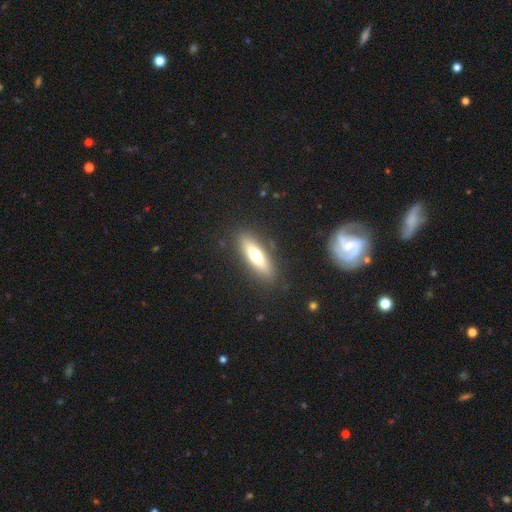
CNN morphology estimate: type=smooth (58%); roundness=cigar-shaped (55%); merging=none (86%).